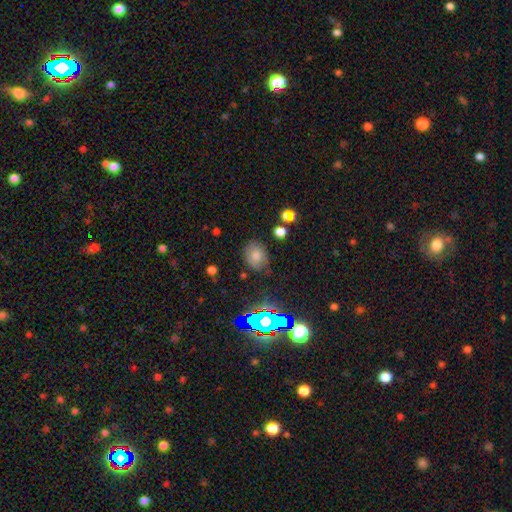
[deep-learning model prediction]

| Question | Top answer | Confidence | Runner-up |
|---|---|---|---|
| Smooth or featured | smooth | 72% | star or artifact (16%) |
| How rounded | in between | 54% | round (45%) |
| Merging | none | 74% | minor disturbance (18%) |